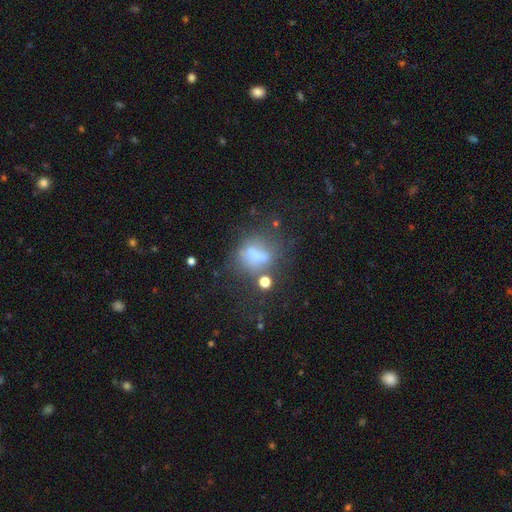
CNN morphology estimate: This appears to be a smooth galaxy with no disk features (55%) that is in between round and cigar-shaped (54%). Merging: none (37%).